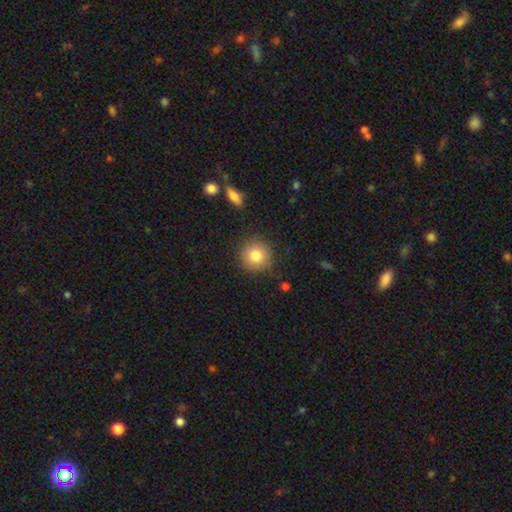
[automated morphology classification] Smooth or featured? Predicted: smooth (p=0.82). How rounded? Predicted: round (p=0.93). Merging? Predicted: none (p=0.87).